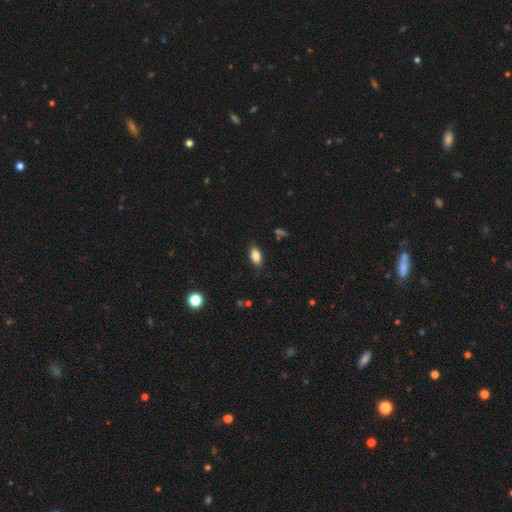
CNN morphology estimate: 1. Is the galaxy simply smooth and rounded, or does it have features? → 85% smooth, 8% star or artifact, 7% featured or disk.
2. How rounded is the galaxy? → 90% in between, 5% round, 5% cigar-shaped.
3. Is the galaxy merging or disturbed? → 84% none, 12% minor disturbance, 3% major disturbance, 1% merger.